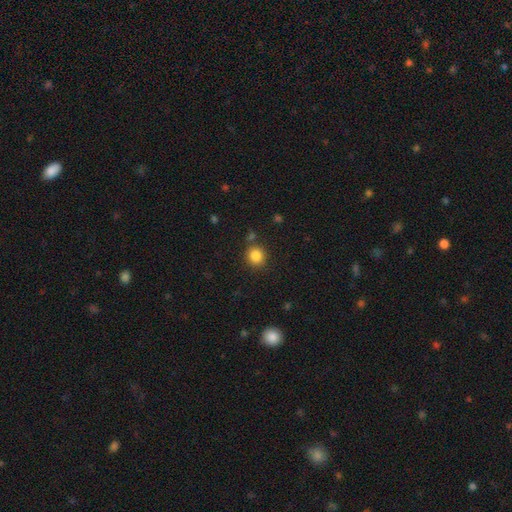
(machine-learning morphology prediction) This is clearly a smooth galaxy (84%). How rounded: clearly round (84%). Merging: clearly none (83%).